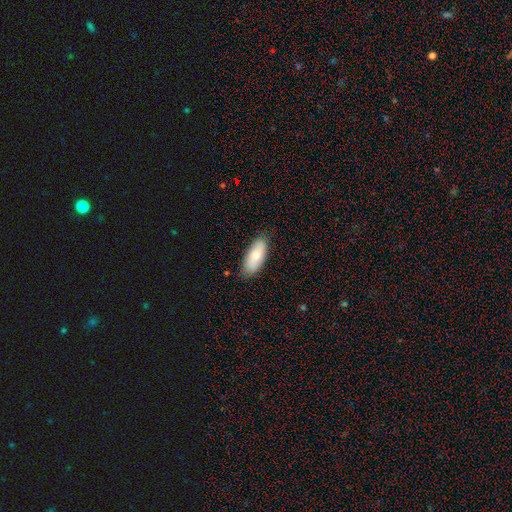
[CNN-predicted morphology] Overall: smooth (77%). How rounded: in between (85%). Merging: none (80%).